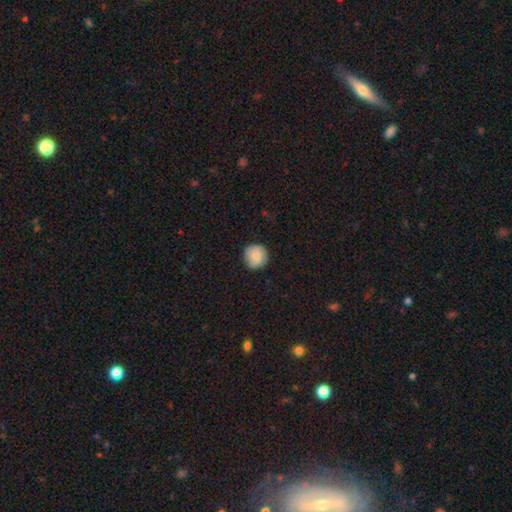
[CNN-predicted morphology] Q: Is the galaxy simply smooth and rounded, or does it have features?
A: smooth — 80%.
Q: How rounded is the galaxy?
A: round — 94%.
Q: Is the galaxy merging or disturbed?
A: none — 88%.